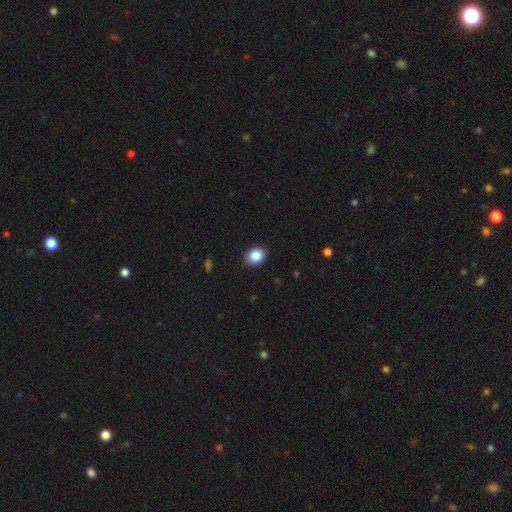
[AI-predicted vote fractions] This is clearly a smooth galaxy (88%). How rounded: possibly round (56%). Merging: clearly none (87%).